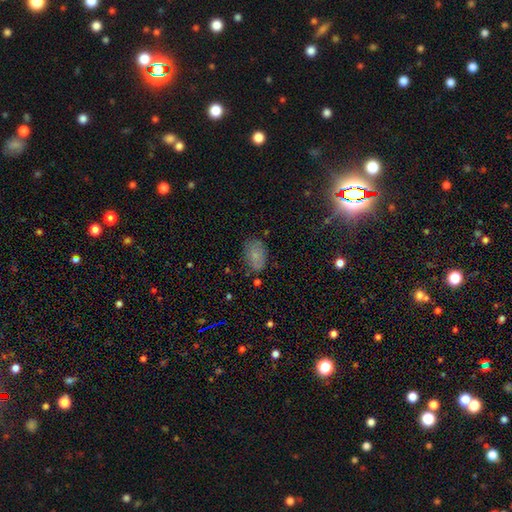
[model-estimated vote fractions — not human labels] Smooth or featured? smooth (74%)
How rounded? in between (85%)
Merging? none (75%)